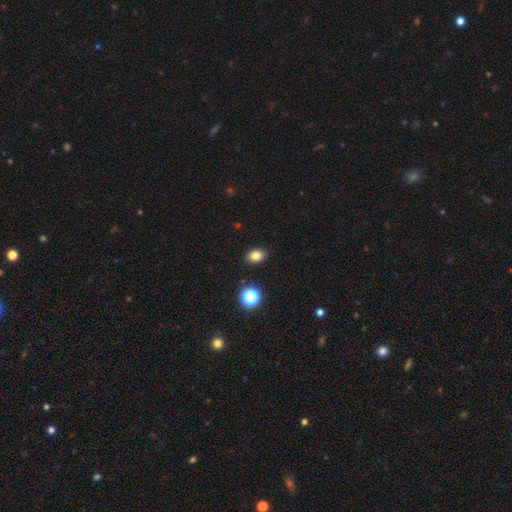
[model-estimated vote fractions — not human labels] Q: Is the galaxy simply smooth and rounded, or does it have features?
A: smooth — 81%.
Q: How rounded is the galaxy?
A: in between — 68%.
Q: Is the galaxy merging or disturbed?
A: none — 89%.